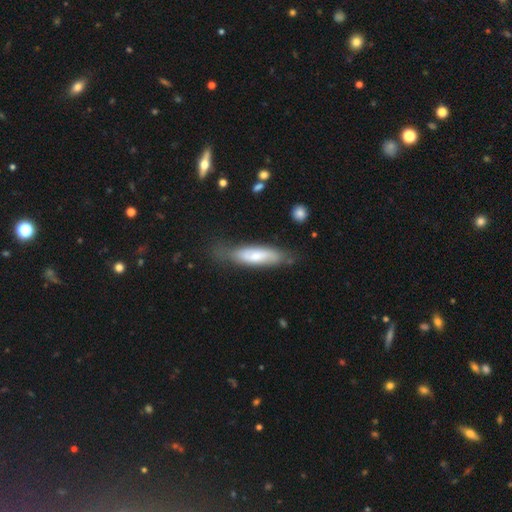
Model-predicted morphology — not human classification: type=smooth (55%); roundness=cigar-shaped (61%); merging=none (62%).